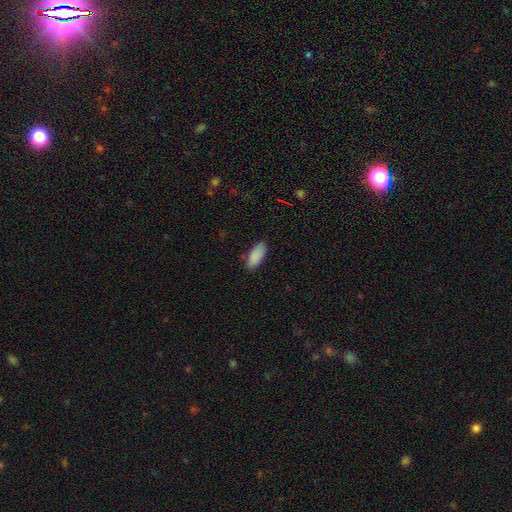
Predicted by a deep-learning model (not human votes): Morphology: type=smooth (89%); roundness=in between (86%); merging=none (81%).